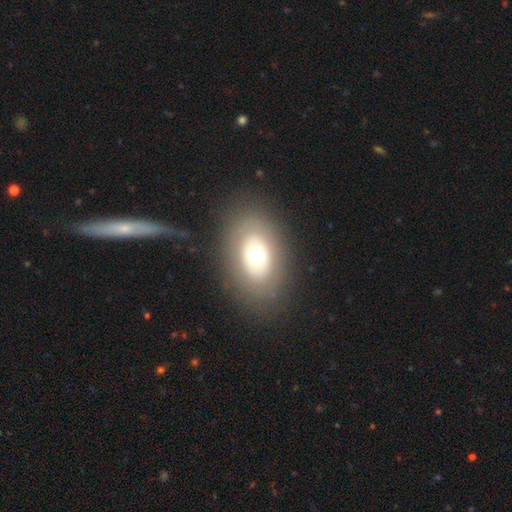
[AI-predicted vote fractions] Morphology: type=smooth (57%); roundness=in between (72%); merging=none (83%).